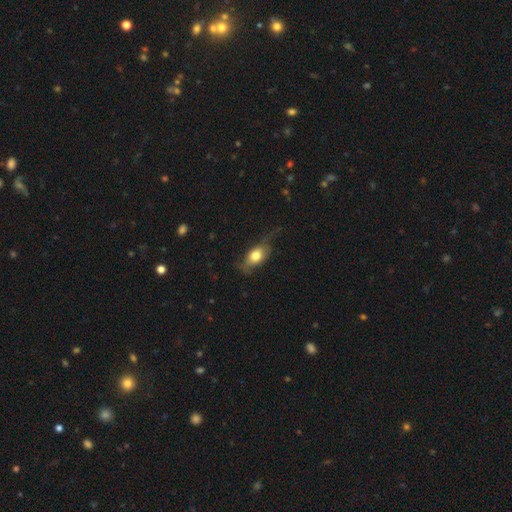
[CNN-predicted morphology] Smooth or featured? Predicted: smooth (p=0.66). How rounded? Predicted: in between (p=0.79). Merging? Predicted: none (p=0.45).